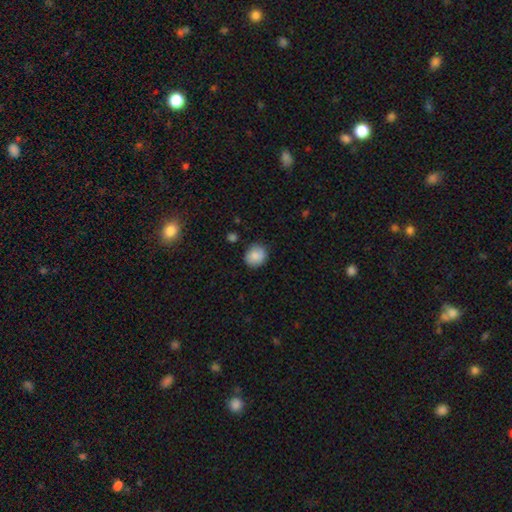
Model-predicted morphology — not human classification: Q: Smooth or featured?
A: smooth (86%); runner-up: star or artifact (8%)
Q: How rounded?
A: round (73%); runner-up: in between (26%)
Q: Merging?
A: none (84%); runner-up: minor disturbance (12%)